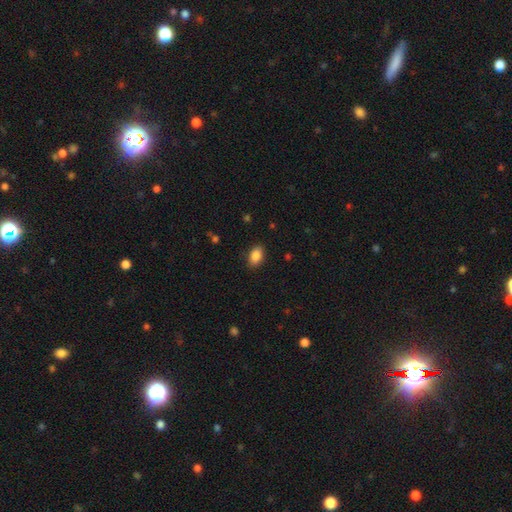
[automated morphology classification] Q: Smooth or featured?
A: smooth (88%); runner-up: star or artifact (8%)
Q: How rounded?
A: in between (87%); runner-up: round (11%)
Q: Merging?
A: none (86%); runner-up: minor disturbance (10%)